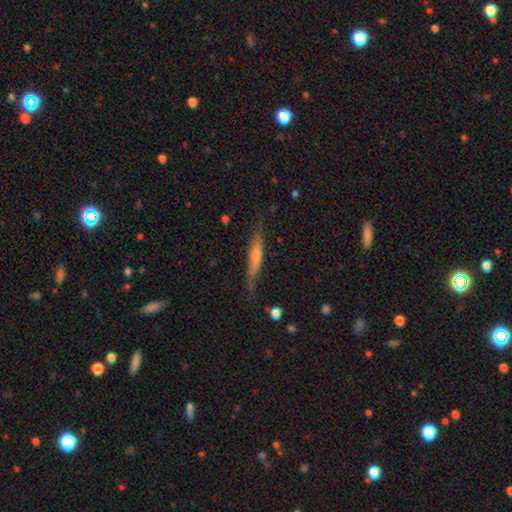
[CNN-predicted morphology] smooth_or_featured: featured or disk (p=0.47) [alt: smooth p=0.46]
merging: none (p=0.72) [alt: minor disturbance p=0.21]